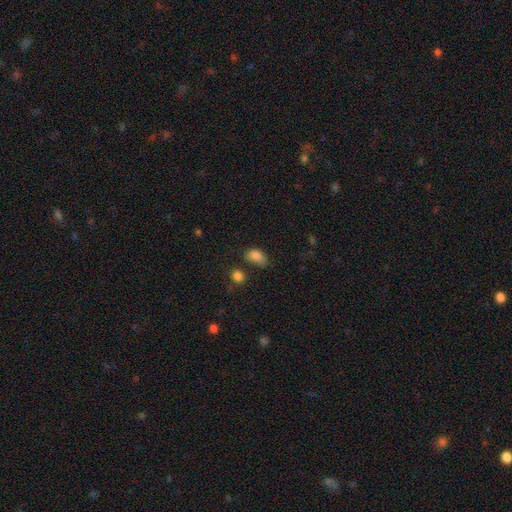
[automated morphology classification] type=smooth (84%); roundness=in between (86%); merging=none (48%).